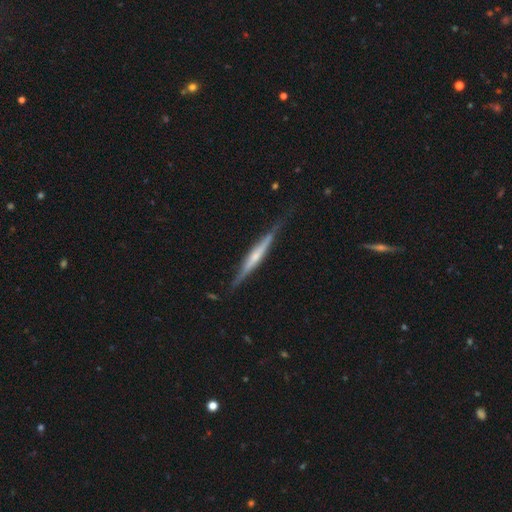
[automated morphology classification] Q: Smooth or featured?
A: featured or disk (68%); runner-up: smooth (26%)
Q: Edge-on disk?
A: yes (96%); runner-up: no (4%)
Q: Edge-on bulge?
A: rounded (53%); runner-up: none (34%)
Q: Merging?
A: none (79%); runner-up: minor disturbance (16%)